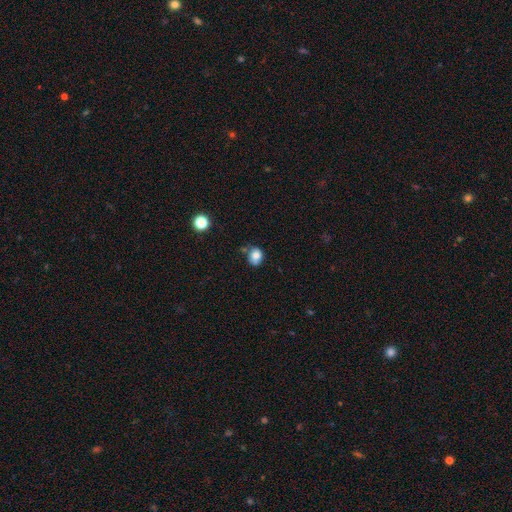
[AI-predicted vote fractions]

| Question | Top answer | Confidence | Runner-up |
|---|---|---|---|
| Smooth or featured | smooth | 81% | star or artifact (10%) |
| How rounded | round | 52% | in between (47%) |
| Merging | none | 60% | minor disturbance (25%) |